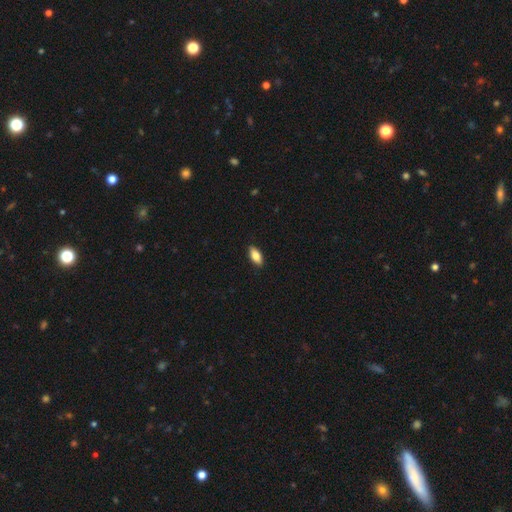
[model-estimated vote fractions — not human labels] Overall: smooth (81%). How rounded: in between (86%). Merging: none (89%).